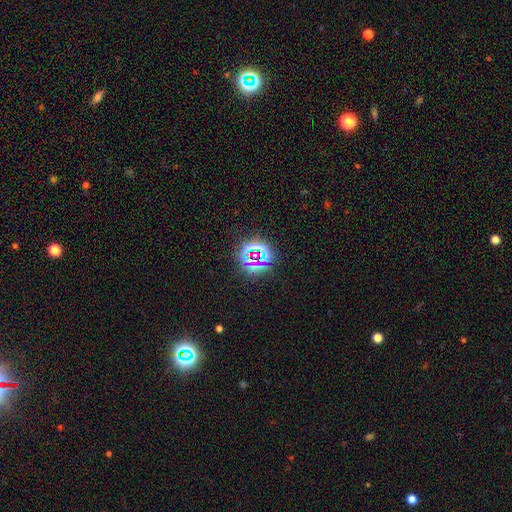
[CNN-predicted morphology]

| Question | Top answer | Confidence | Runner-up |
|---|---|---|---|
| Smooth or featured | star or artifact | 74% | smooth (17%) |